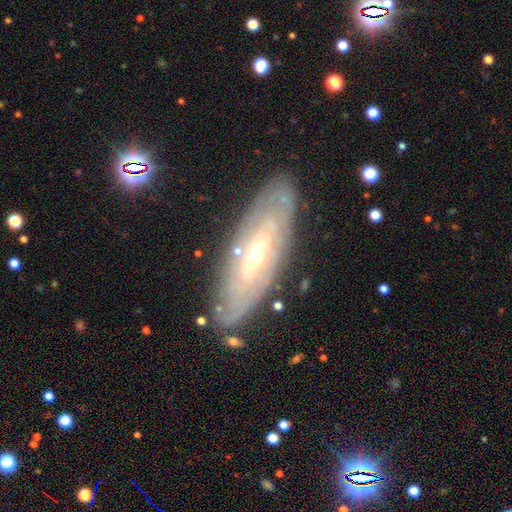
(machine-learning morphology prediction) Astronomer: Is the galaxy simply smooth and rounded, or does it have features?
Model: featured or disk — 82%.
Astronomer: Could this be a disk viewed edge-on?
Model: no — 80%.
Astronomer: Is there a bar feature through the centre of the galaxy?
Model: no — 45% (runner-up: weak, 36%).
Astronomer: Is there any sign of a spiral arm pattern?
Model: yes — 84%.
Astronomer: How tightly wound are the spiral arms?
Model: tight — 80%.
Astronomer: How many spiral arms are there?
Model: can't tell — 63%.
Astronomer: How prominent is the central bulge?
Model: small — 57% (runner-up: moderate, 39%).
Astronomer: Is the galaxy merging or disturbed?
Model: none — 84%.